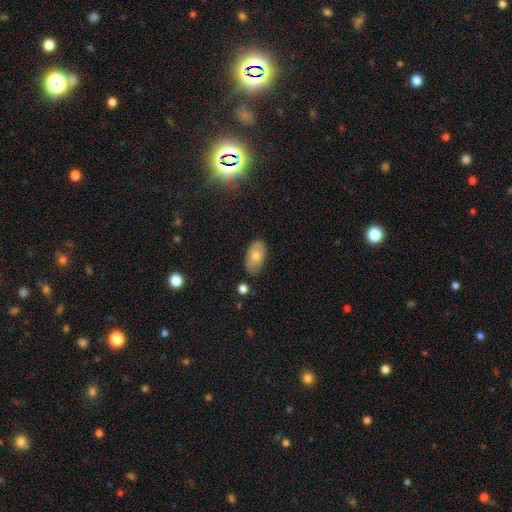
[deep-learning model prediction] This is likely a smooth galaxy (72%). How rounded: clearly in between (93%). Merging: clearly none (80%).